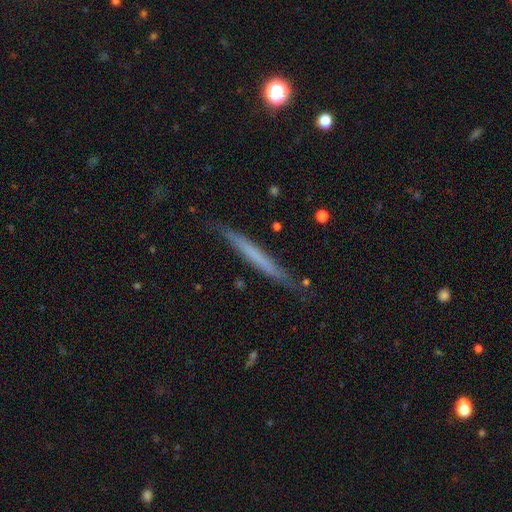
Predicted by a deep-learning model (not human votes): Smooth or featured?
  - smooth: 48% *
  - featured or disk: 46%
  - star or artifact: 7%
Merging?
  - none: 85% *
  - minor disturbance: 12%
  - major disturbance: 2%
  - merger: 2%